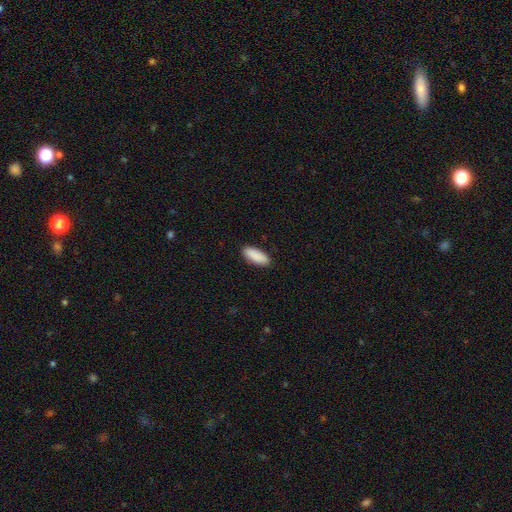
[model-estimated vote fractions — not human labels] This appears to be a smooth galaxy with no disk features (91%) that is in between round and cigar-shaped (77%). Merging: none (89%).